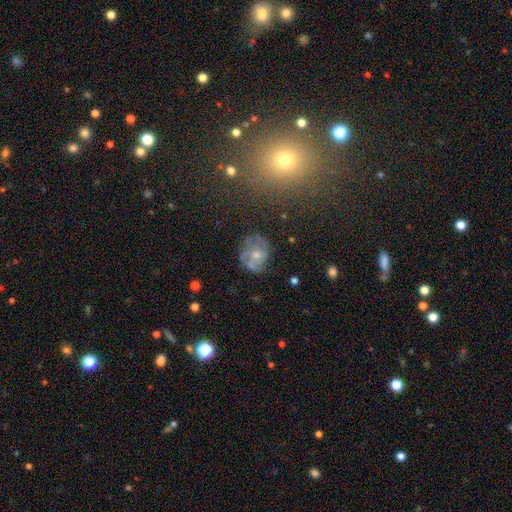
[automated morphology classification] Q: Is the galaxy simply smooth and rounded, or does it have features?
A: featured or disk — 58%.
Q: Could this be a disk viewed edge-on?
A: no — 97%.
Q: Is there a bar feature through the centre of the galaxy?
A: no — 80%.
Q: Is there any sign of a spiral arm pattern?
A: yes — 57%.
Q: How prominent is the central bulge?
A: moderate — 54%.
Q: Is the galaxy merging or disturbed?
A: none — 54%.